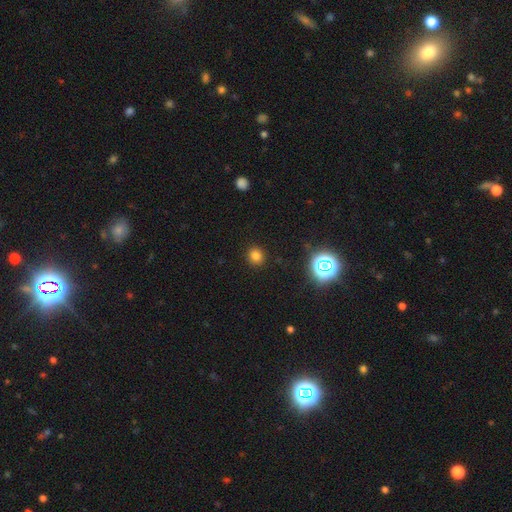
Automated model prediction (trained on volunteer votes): Smooth or featured: smooth — 78% (star or artifact — 17%)
How rounded: round — 83% (in between — 16%)
Merging: none — 90% (minor disturbance — 6%)